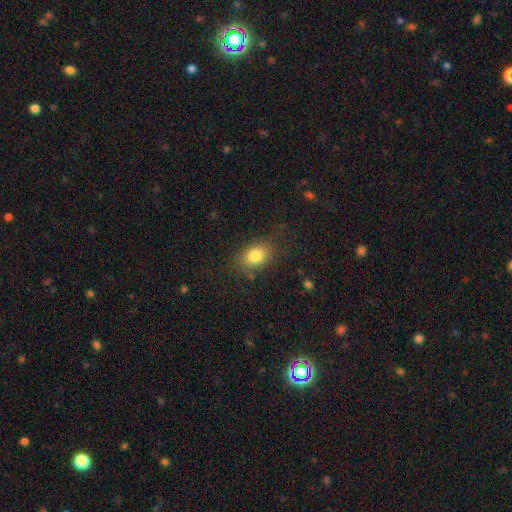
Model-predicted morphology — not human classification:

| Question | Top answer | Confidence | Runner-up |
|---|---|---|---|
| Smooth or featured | smooth | 82% | featured or disk (9%) |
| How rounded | in between | 75% | round (23%) |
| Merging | none | 76% | minor disturbance (16%) |